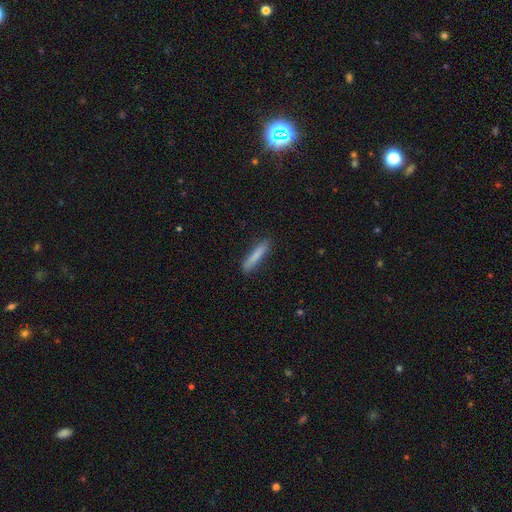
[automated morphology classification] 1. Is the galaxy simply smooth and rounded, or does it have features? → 82% smooth, 11% featured or disk, 7% star or artifact.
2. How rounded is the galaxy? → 91% cigar-shaped, 8% in between, 1% round.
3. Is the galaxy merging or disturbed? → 86% none, 10% minor disturbance, 2% major disturbance, 1% merger.